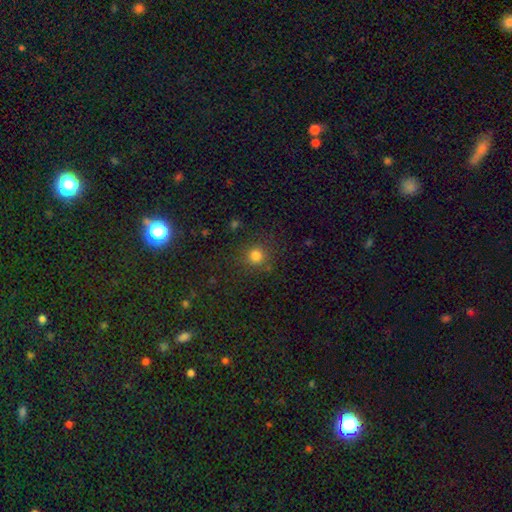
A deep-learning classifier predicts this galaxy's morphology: Smooth or featured? Predicted: smooth (p=0.80). How rounded? Predicted: round (p=0.92). Merging? Predicted: none (p=0.84).